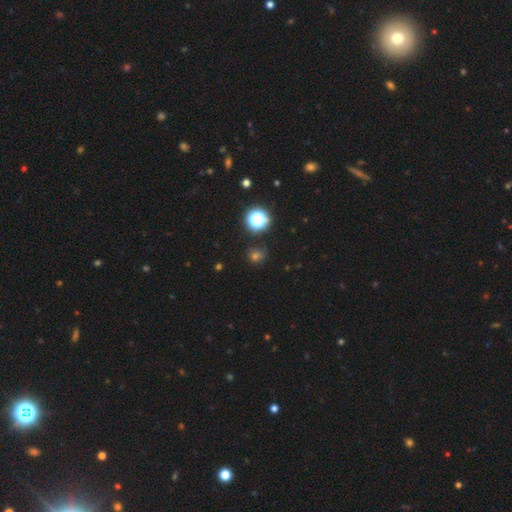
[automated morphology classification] A smooth galaxy with no disk features (60%) that is round (84%). Merging: none (83%).